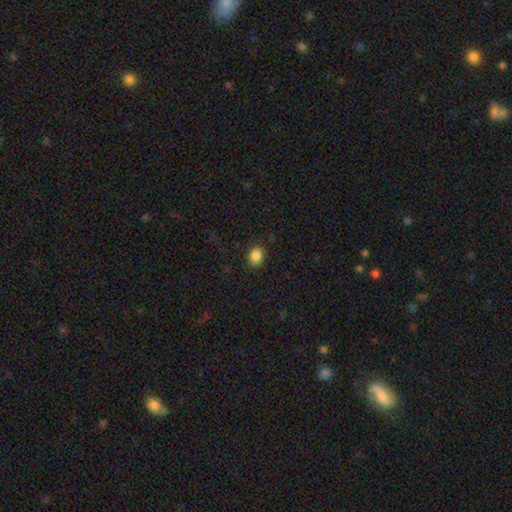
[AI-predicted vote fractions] smooth-or-featured: smooth: 87% | star or artifact: 10% | featured or disk: 3%
  how-rounded: round: 50% | in between: 49% | cigar-shaped: 1%
  merging: none: 87% | minor disturbance: 9% | major disturbance: 3% | merger: 1%